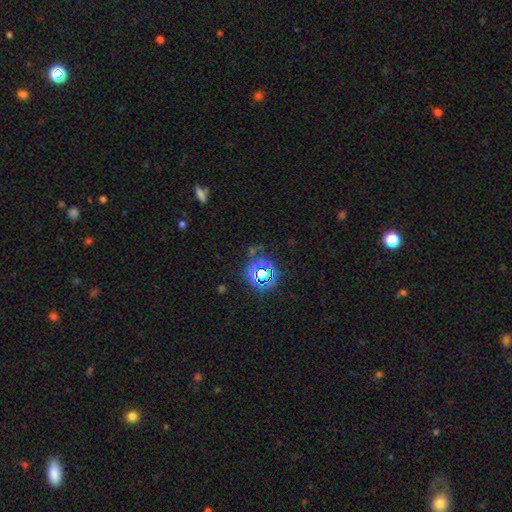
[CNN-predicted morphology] A star or artifact, not a galaxy (67%).